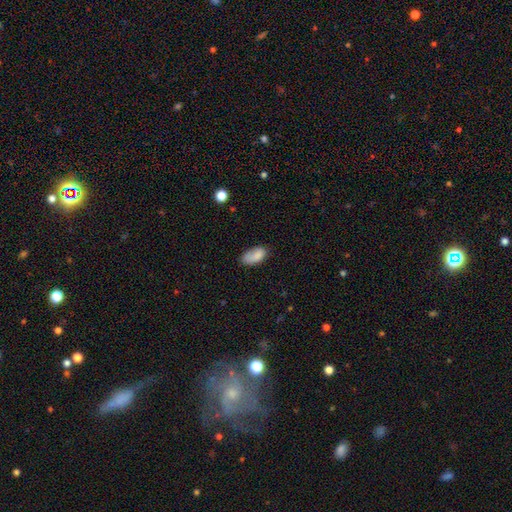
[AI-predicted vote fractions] Morphology: type=smooth (83%); roundness=in between (93%); merging=none (61%).